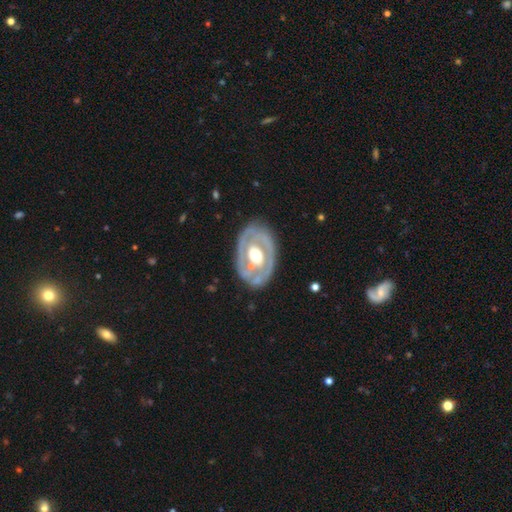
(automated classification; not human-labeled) Overall: featured or disk (77%). Edge-on disk: no (94%). Bar: no (66%). Spiral arms: no (51%; yes 49%). Bulge size: moderate (64%; large 28%). Merging: none (74%).